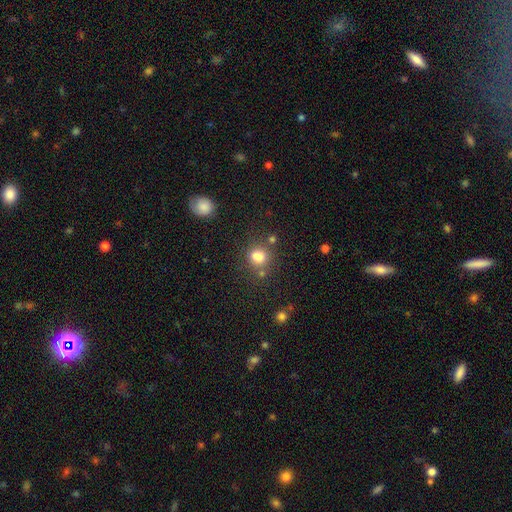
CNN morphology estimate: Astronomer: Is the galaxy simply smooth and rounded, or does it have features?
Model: smooth — 81%.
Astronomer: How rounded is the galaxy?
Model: round — 70%.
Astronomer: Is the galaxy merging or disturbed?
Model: none — 66%.